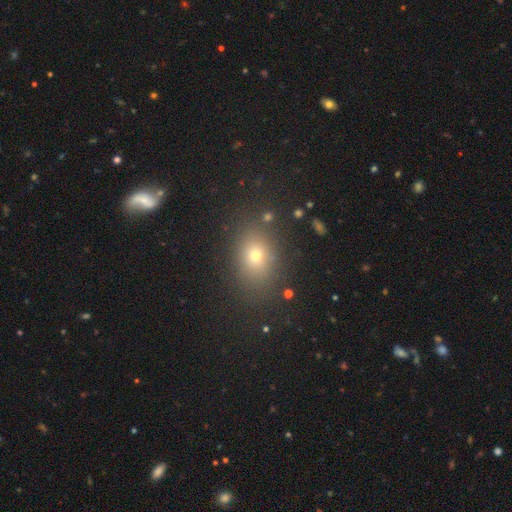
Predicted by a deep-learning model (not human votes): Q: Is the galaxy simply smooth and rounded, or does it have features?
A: smooth — 69%.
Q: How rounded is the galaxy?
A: in between — 57%.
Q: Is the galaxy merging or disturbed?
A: none — 82%.